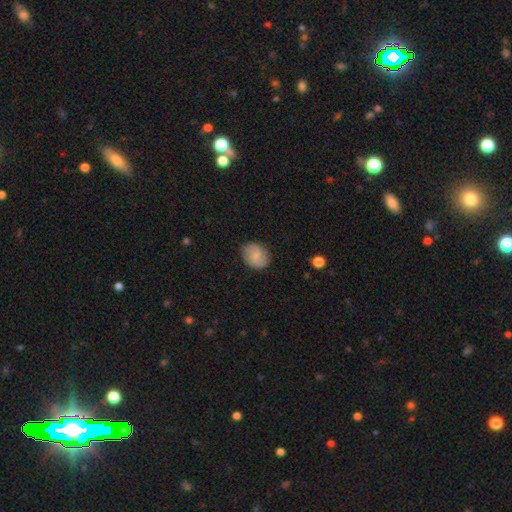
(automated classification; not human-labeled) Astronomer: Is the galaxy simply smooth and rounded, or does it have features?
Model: smooth — 68%.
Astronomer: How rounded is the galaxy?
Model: in between — 57% (runner-up: round, 42%).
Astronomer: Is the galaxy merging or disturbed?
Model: none — 81%.